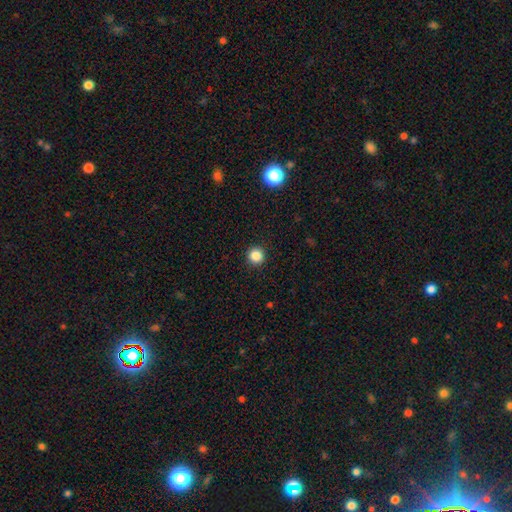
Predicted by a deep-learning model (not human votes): Smooth or featured?
  - smooth: 86% *
  - star or artifact: 11%
  - featured or disk: 3%
How rounded?
  - round: 95% *
  - in between: 4%
  - cigar-shaped: 1%
Merging?
  - none: 92% *
  - minor disturbance: 5%
  - major disturbance: 2%
  - merger: 1%